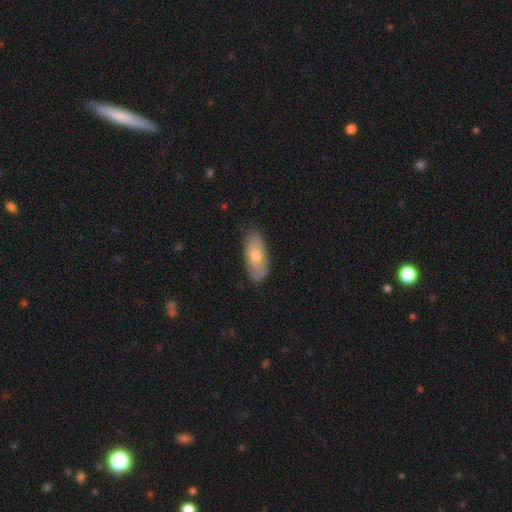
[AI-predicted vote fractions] smooth_or_featured: smooth (p=0.60) [alt: featured or disk p=0.33]
how_rounded: in between (p=0.86) [alt: cigar-shaped p=0.11]
merging: none (p=0.79) [alt: minor disturbance p=0.17]